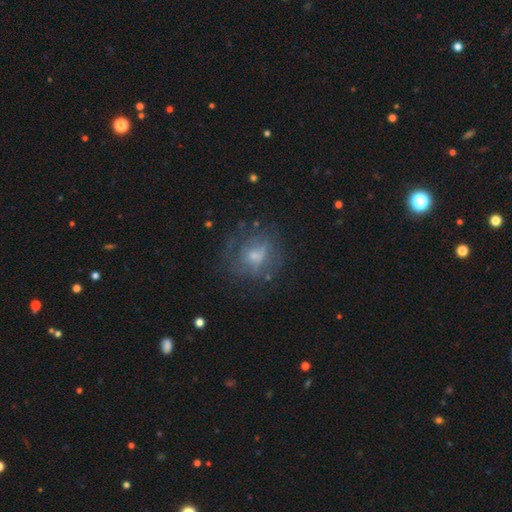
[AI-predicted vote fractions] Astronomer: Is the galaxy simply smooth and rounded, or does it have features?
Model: featured or disk — 45% (runner-up: smooth, 42%).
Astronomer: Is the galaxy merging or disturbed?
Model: none — 59%.